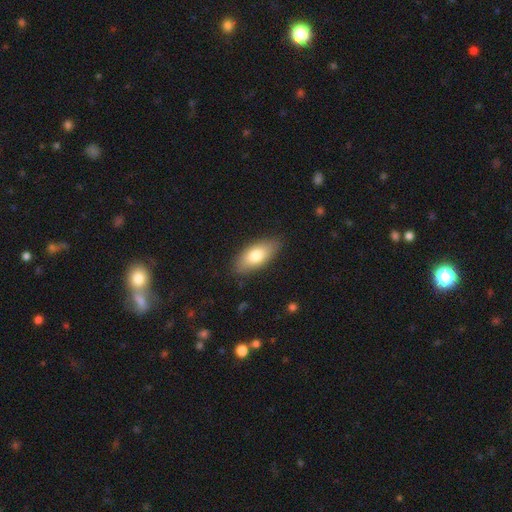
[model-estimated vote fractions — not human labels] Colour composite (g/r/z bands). It shows a smooth galaxy with no disk features (78%) that is in between round and cigar-shaped (86%). Merging: none (84%).